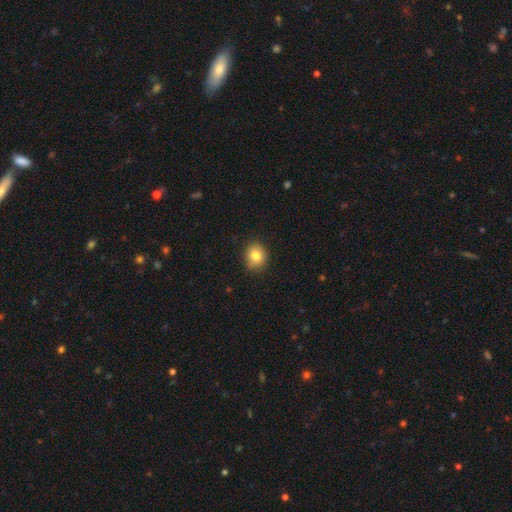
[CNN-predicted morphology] The model was most divided on "how rounded": round: 67%, in between: 32%, cigar-shaped: 1%. More confident: merging — none (85%); smooth or featured — smooth (82%).